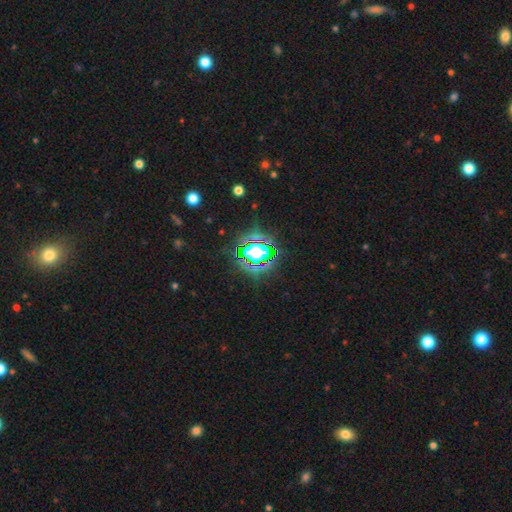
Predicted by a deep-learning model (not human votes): smooth-or-featured: star or artifact: 75% | smooth: 16% | featured or disk: 10%